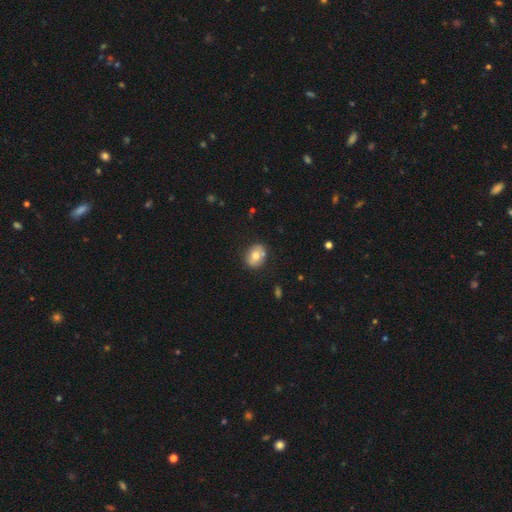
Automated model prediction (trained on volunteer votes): Overall: smooth (69%). How rounded: in between (56%; round 43%). Merging: none (80%).